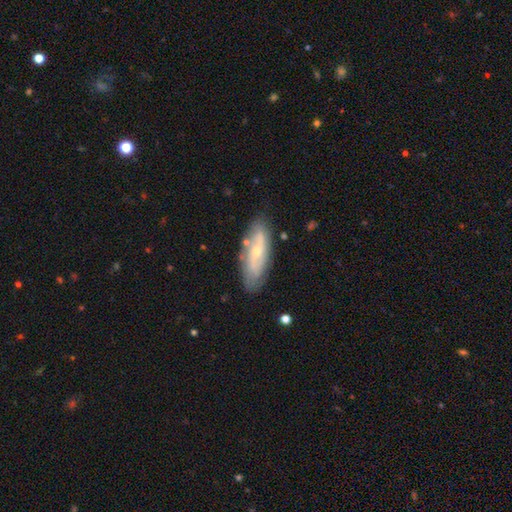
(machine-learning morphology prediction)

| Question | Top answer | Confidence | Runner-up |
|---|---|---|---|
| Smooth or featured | featured or disk | 61% | smooth (30%) |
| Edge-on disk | no | 75% | yes (25%) |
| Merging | none | 80% | minor disturbance (14%) |